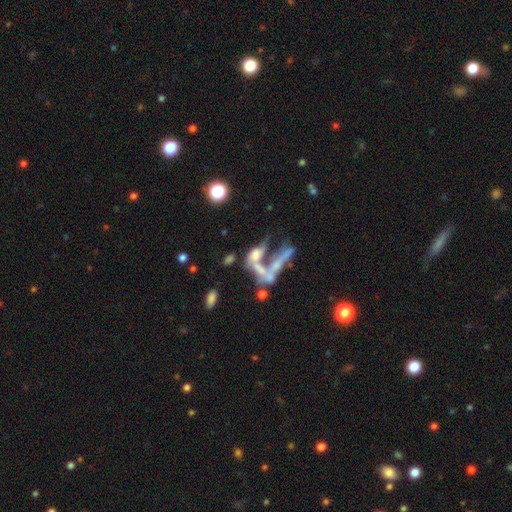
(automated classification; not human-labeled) Smooth or featured: featured or disk — 52% (smooth — 31%)
Edge-on disk: no — 88% (yes — 12%)
Merging: merger — 60% (major disturbance — 21%)